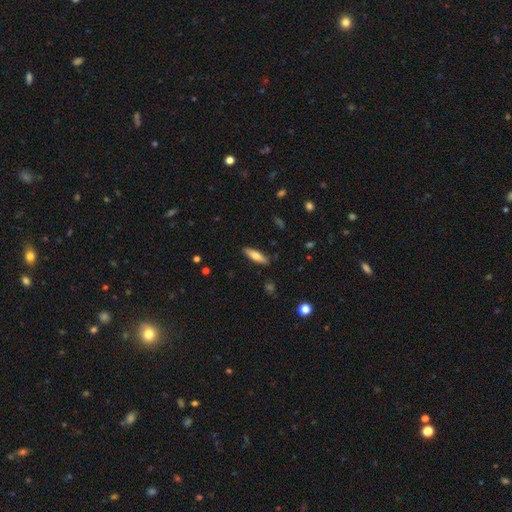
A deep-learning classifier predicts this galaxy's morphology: smooth_or_featured: smooth (p=0.71) [alt: featured or disk p=0.23]
how_rounded: cigar-shaped (p=0.57) [alt: in between p=0.41]
merging: none (p=0.88) [alt: minor disturbance p=0.09]